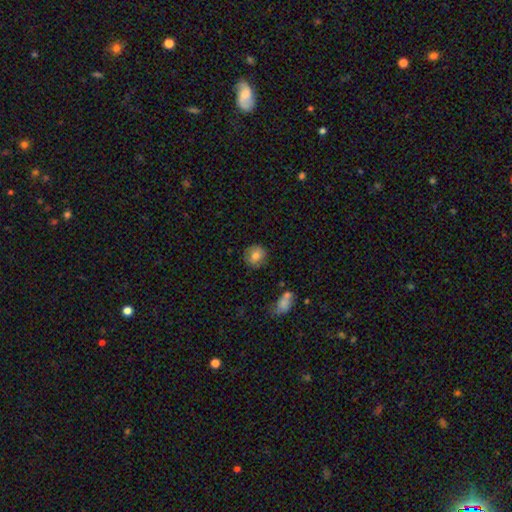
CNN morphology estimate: Overall: smooth (78%). How rounded: round (88%). Merging: none (83%).